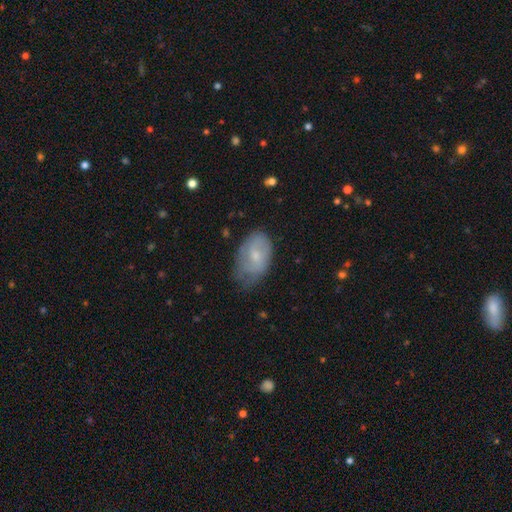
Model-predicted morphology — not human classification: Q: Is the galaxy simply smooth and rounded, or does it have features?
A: smooth — 56%.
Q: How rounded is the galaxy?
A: in between — 90%.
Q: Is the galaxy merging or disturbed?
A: none — 53%.